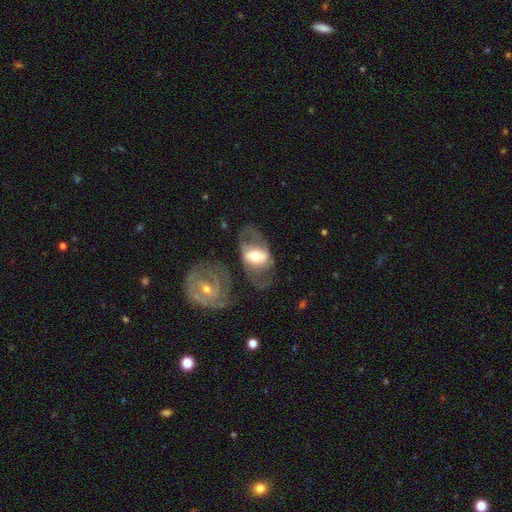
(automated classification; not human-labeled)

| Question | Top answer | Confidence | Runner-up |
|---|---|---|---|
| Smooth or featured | featured or disk | 65% | smooth (29%) |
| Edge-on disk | no | 92% | yes (8%) |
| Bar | strong | 41% | weak (35%) |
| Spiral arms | yes | 66% | no (34%) |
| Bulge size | moderate | 61% | large (18%) |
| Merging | none | 50% | minor disturbance (20%) |